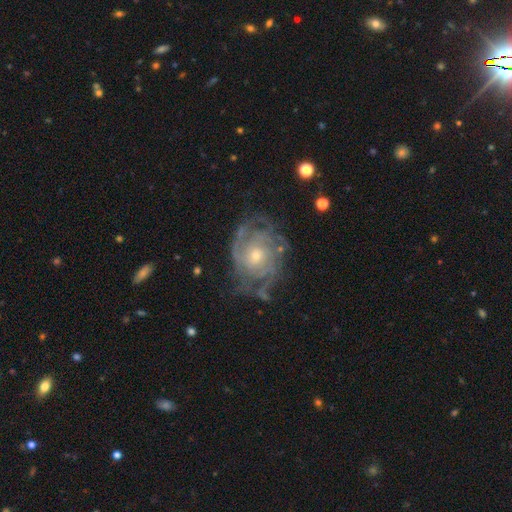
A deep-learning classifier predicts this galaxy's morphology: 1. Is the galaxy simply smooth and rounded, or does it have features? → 85% featured or disk, 9% smooth, 6% star or artifact.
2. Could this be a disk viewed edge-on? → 97% no, 3% yes.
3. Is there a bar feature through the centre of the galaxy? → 77% no, 19% weak, 4% strong.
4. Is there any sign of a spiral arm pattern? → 92% yes, 8% no.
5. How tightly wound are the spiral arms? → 62% tight, 29% medium, 9% loose.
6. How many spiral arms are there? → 41% can't tell, 20% 2, 16% 3, 11% 4, 7% more than 4, 6% 1.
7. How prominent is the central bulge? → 57% small, 39% moderate, 2% large, 1% none, 1% dominant.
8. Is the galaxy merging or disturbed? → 63% none, 21% minor disturbance, 13% major disturbance, 2% merger.